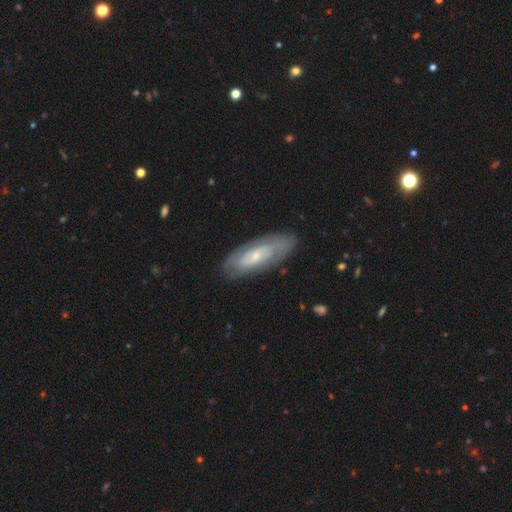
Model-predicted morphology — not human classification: Q: Smooth or featured?
A: featured or disk (57%); runner-up: smooth (36%)
Q: Edge-on disk?
A: no (79%); runner-up: yes (21%)
Q: Merging?
A: none (81%); runner-up: minor disturbance (14%)